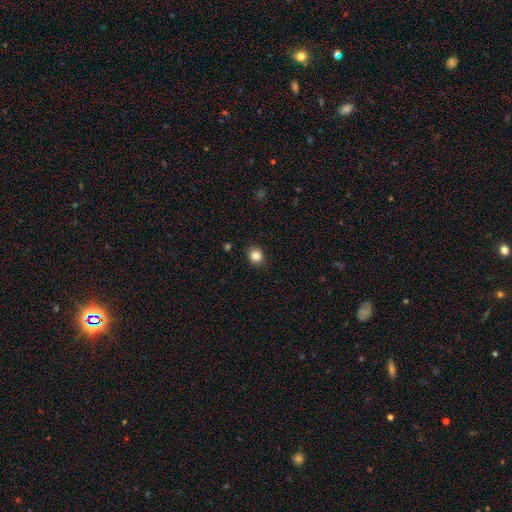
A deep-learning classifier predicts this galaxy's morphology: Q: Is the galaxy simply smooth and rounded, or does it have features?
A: smooth — 84%.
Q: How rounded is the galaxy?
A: round — 68%.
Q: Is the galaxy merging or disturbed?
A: none — 87%.